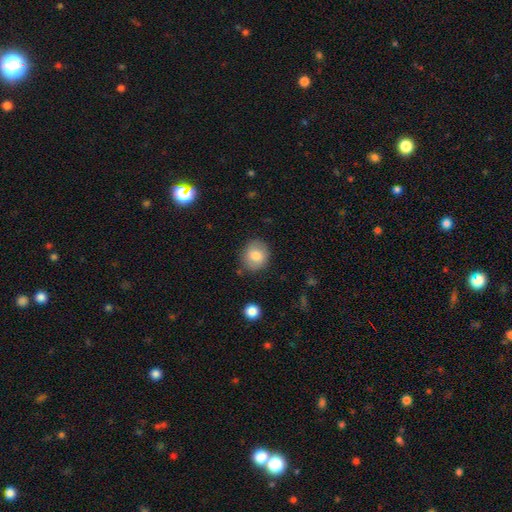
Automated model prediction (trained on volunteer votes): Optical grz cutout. It shows a smooth galaxy with no disk features (80%) that is round (74%). Merging: none (82%).